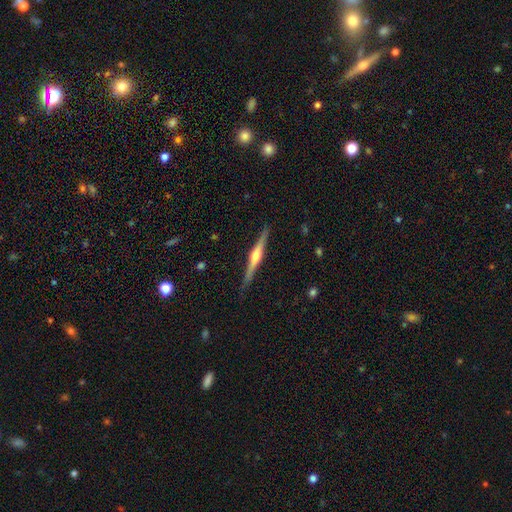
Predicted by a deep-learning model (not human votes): Q: Smooth or featured?
A: featured or disk (78%); runner-up: smooth (17%)
Q: Edge-on disk?
A: yes (98%); runner-up: no (2%)
Q: Edge-on bulge?
A: rounded (91%); runner-up: boxy (5%)
Q: Merging?
A: none (89%); runner-up: minor disturbance (8%)